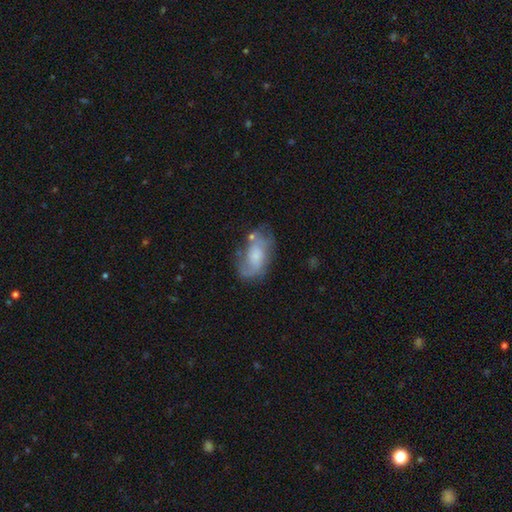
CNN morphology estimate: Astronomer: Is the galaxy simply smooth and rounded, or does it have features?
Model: featured or disk — 57% (runner-up: smooth, 34%).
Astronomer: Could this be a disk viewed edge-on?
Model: no — 96%.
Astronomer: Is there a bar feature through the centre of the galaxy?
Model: no — 68%.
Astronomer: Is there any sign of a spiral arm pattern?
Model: yes — 75%.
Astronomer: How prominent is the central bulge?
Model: small — 33% (runner-up: moderate, 29%).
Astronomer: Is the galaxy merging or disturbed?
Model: none — 50% (runner-up: minor disturbance, 26%).